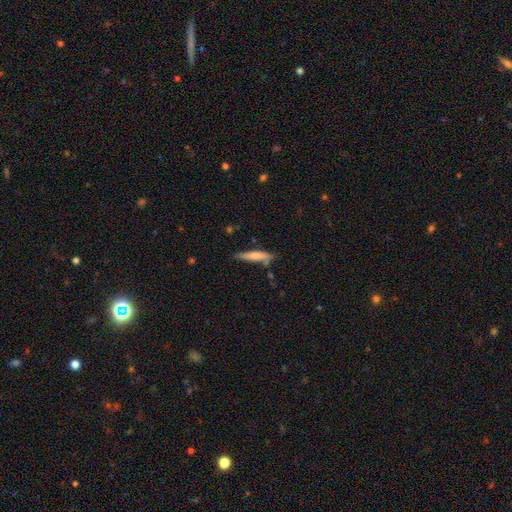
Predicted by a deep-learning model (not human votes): The model was most divided on "smooth or featured": smooth: 67%, featured or disk: 27%, star or artifact: 6%. More confident: how rounded — cigar-shaped (89%); merging — none (75%).